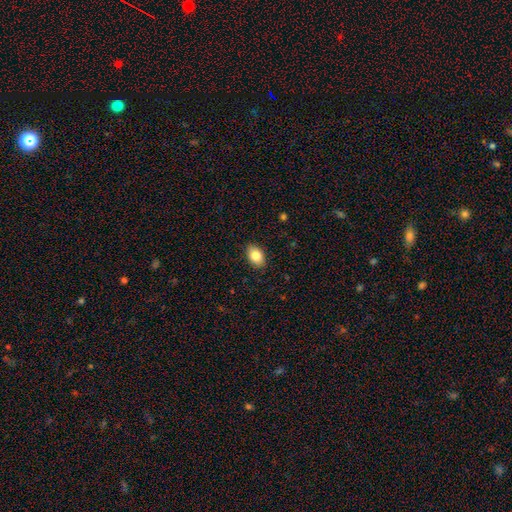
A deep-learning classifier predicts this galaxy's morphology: This appears to be a smooth galaxy with no disk features (85%) that is in between round and cigar-shaped (87%). Merging: none (88%).